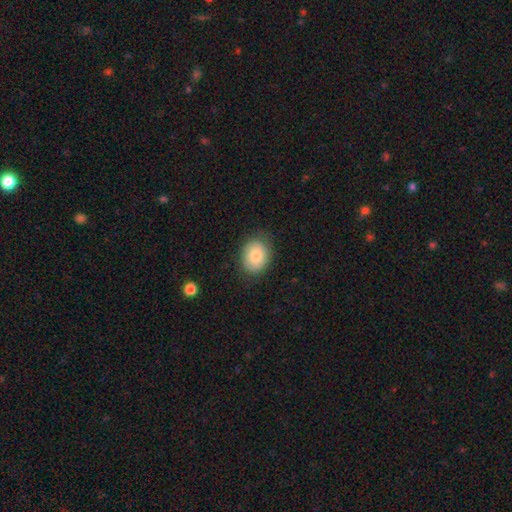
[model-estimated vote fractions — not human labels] Smooth or featured?
  - smooth: 80% *
  - featured or disk: 12%
  - star or artifact: 8%
How rounded?
  - in between: 53% *
  - round: 46%
  - cigar-shaped: 1%
Merging?
  - none: 81% *
  - minor disturbance: 15%
  - major disturbance: 3%
  - merger: 1%